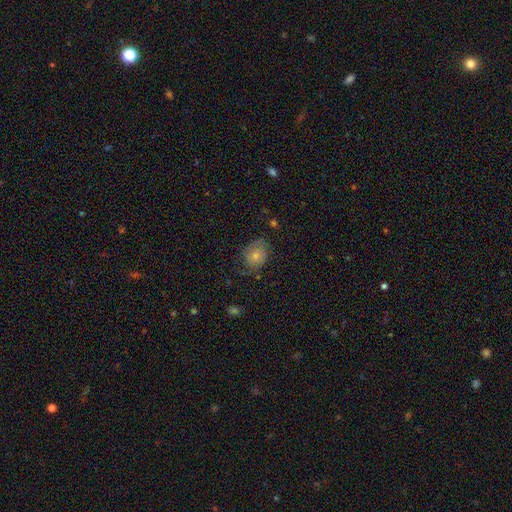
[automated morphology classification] Smooth or featured: smooth — 61% (featured or disk — 30%)
How rounded: in between — 51% (round — 48%)
Merging: none — 56% (minor disturbance — 28%)